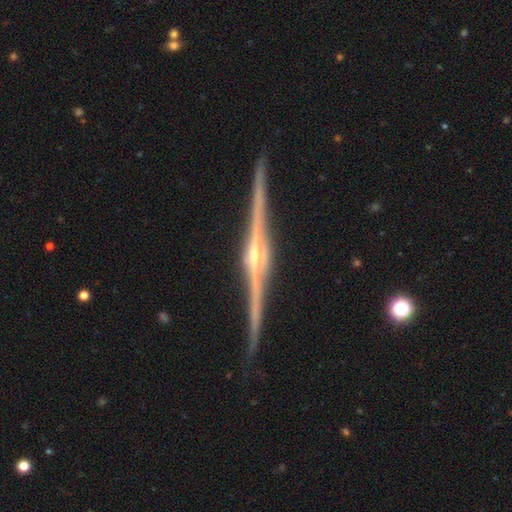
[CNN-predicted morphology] Overall: featured or disk (92%). Edge-on disk: yes (99%). Edge-on bulge: rounded (81%). Merging: none (91%).